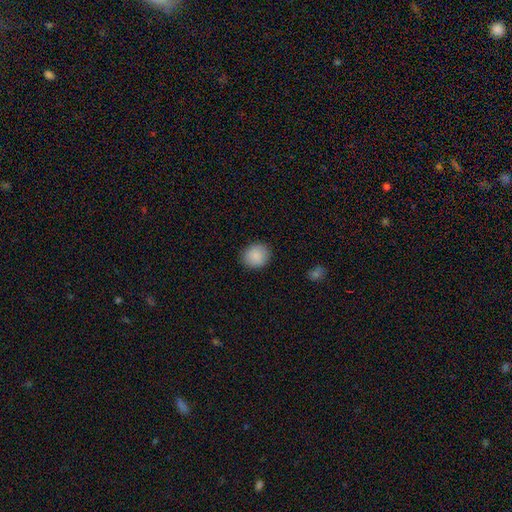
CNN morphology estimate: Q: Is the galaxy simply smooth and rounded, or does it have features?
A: smooth — 89%.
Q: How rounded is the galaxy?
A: round — 76%.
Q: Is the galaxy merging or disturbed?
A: none — 89%.